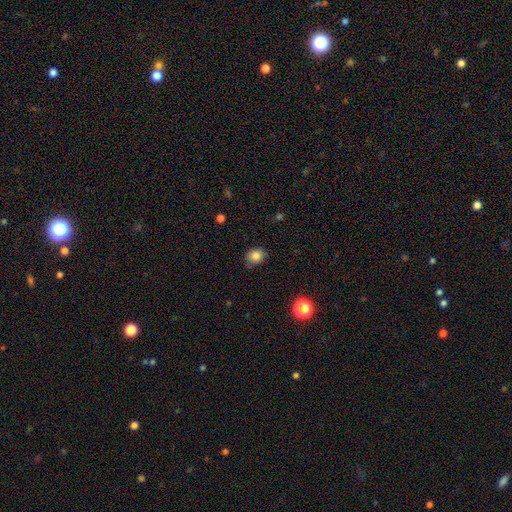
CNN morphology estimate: This is clearly a smooth galaxy (83%). How rounded: possibly round (55%). Merging: likely none (79%).